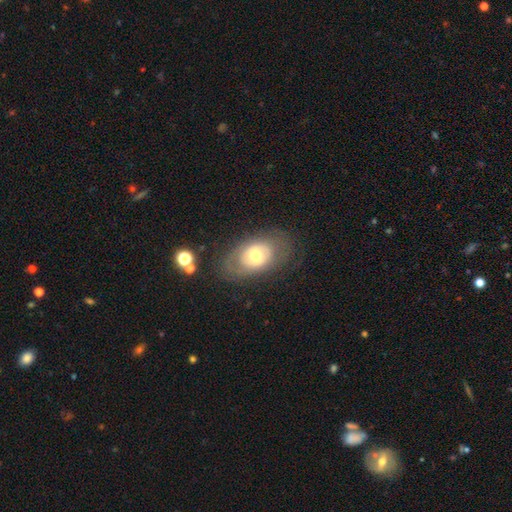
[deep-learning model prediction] A featured or disk galaxy (49%).

Vote fractions:
- Smooth or featured? featured or disk: 49% / smooth: 43% / star or artifact: 8%
- Merging? none: 71% / minor disturbance: 17% / major disturbance: 10% / merger: 2%